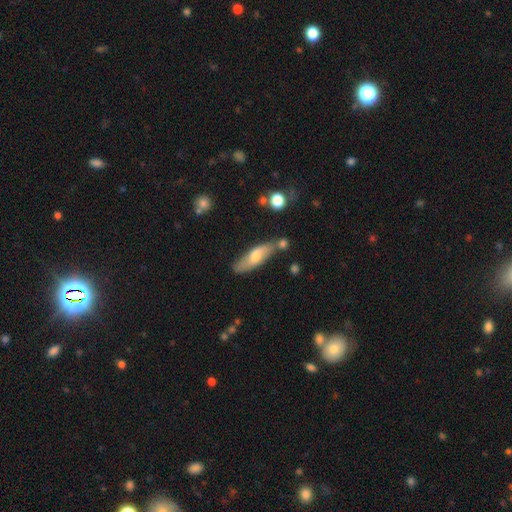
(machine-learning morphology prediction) Overall: smooth (56%; featured or disk 38%). How rounded: cigar-shaped (49%; in between 48%). Merging: none (69%).